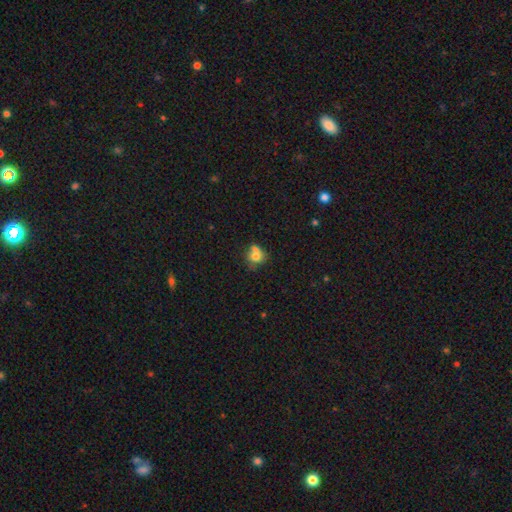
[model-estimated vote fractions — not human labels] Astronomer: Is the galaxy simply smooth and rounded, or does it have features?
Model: smooth — 71%.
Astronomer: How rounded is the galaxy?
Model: round — 72%.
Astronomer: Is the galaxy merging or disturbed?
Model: merger — 41% (runner-up: none, 36%).